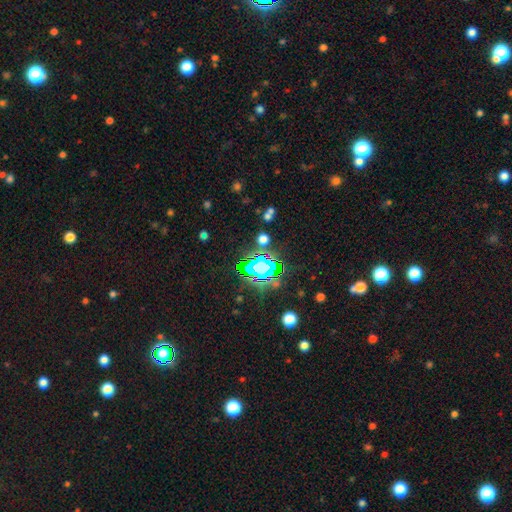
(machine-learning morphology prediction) A star or artifact, not a galaxy (68%).

Vote fractions:
- Smooth or featured? star or artifact: 68% / smooth: 20% / featured or disk: 11%